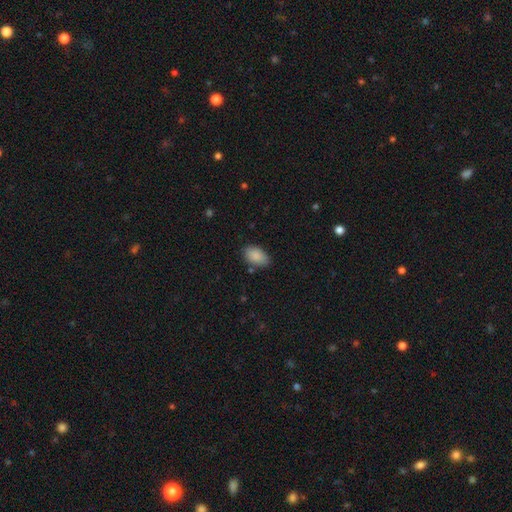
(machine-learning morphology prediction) Overall: smooth (88%). How rounded: in between (92%). Merging: none (78%).